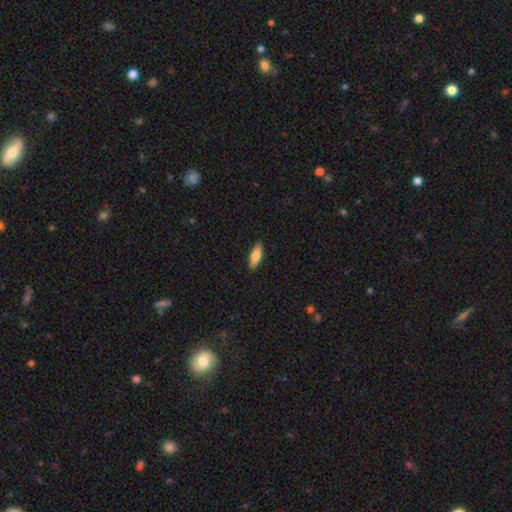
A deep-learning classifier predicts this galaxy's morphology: Smooth or featured: smooth — 79% (featured or disk — 16%)
How rounded: in between — 59% (cigar-shaped — 39%)
Merging: none — 89% (minor disturbance — 9%)